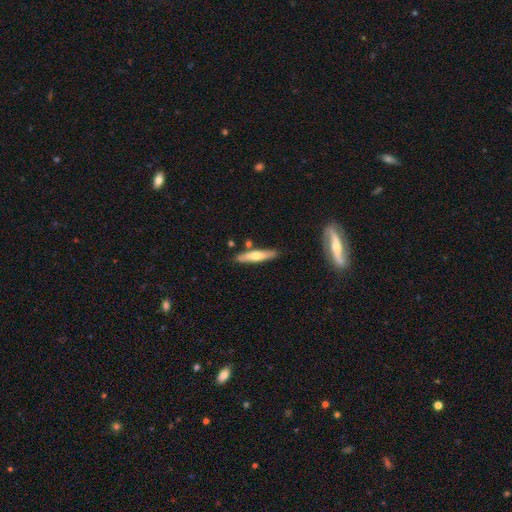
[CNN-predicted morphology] This is possibly a smooth galaxy (54%). How rounded: clearly cigar-shaped (85%). Merging: clearly none (81%).